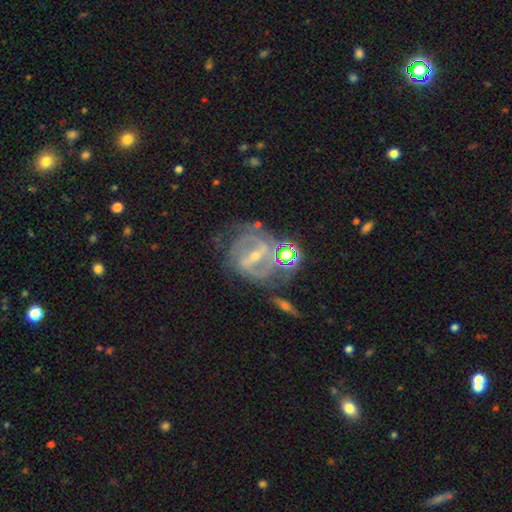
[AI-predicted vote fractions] smooth-or-featured: featured or disk: 85% | star or artifact: 8% | smooth: 7%
  disk-edge-on: no: 95% | yes: 5%
    bar: strong: 69% | weak: 24% | no: 7%
    has-spiral-arms: yes: 90% | no: 10%
      spiral-winding: medium: 46% | tight: 39% | loose: 15%
      spiral-arm-count: 2: 68% | can't tell: 15% | 3: 8% | 1: 3% | 4: 3% | more than 4: 2%
    bulge-size: small: 62% | moderate: 34% | none: 2% | large: 2% | dominant: 1%
  merging: none: 58% | minor disturbance: 19% | major disturbance: 14% | merger: 9%